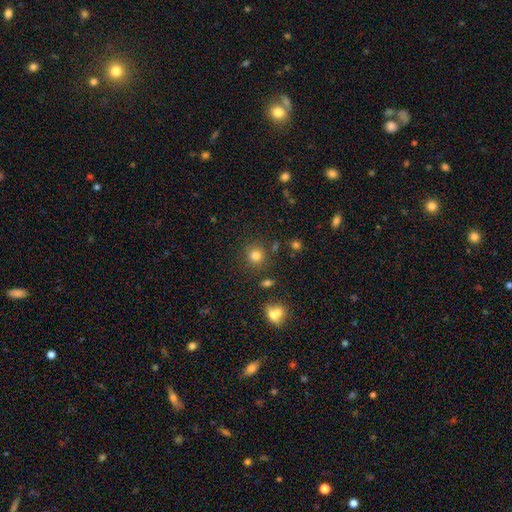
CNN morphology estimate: smooth_or_featured: smooth (p=0.80) [alt: star or artifact p=0.14]
how_rounded: round (p=0.88) [alt: in between p=0.11]
merging: none (p=0.82) [alt: minor disturbance p=0.09]